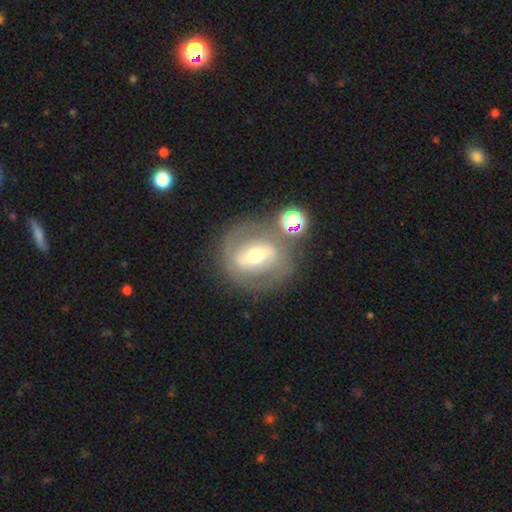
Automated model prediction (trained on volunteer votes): smooth-or-featured: featured or disk: 68% | smooth: 24% | star or artifact: 8%
  disk-edge-on: no: 93% | yes: 7%
    bar: strong: 50% | weak: 33% | no: 18%
    has-spiral-arms: yes: 54% | no: 46%
    bulge-size: moderate: 63% | small: 25% | large: 8% | dominant: 1% | none: 1%
  merging: none: 69% | minor disturbance: 13% | merger: 11% | major disturbance: 8%